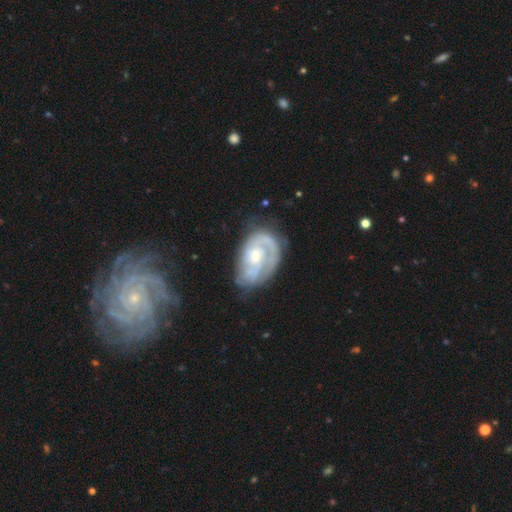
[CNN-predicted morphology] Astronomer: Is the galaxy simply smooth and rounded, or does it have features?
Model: featured or disk — 80%.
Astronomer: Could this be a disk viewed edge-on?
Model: no — 97%.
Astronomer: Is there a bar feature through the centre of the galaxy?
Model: no — 70%.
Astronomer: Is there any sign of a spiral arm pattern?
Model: yes — 90%.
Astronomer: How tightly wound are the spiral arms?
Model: tight — 58%.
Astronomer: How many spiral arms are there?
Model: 2 — 34% (runner-up: can't tell, 30%).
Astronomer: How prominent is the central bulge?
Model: moderate — 46%, tied with small at 46%.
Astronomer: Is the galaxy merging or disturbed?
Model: none — 56%.